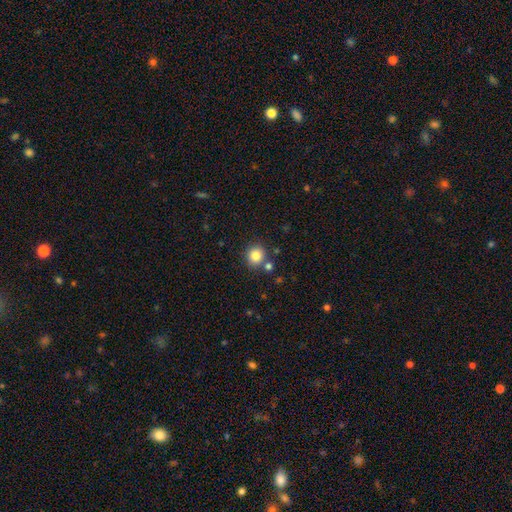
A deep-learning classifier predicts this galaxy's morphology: Q: Smooth or featured?
A: smooth (83%); runner-up: star or artifact (11%)
Q: How rounded?
A: round (89%); runner-up: in between (10%)
Q: Merging?
A: none (80%); runner-up: merger (9%)